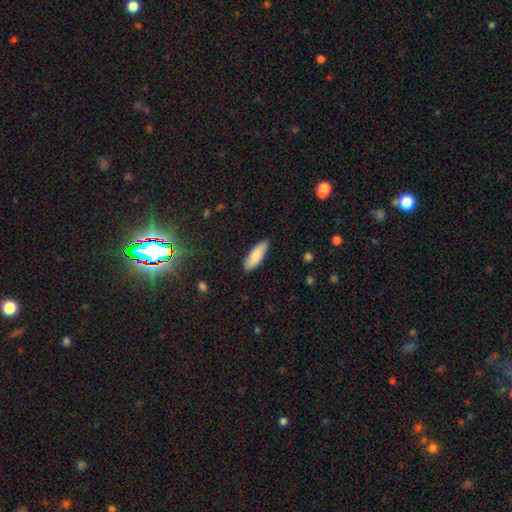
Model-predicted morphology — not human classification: type=smooth (85%); roundness=in between (59%); merging=none (87%).